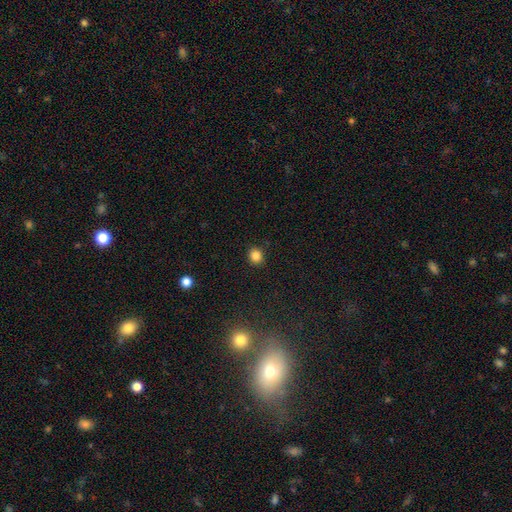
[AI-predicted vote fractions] Q: Smooth or featured?
A: smooth (85%); runner-up: star or artifact (11%)
Q: How rounded?
A: round (76%); runner-up: in between (23%)
Q: Merging?
A: none (90%); runner-up: minor disturbance (7%)